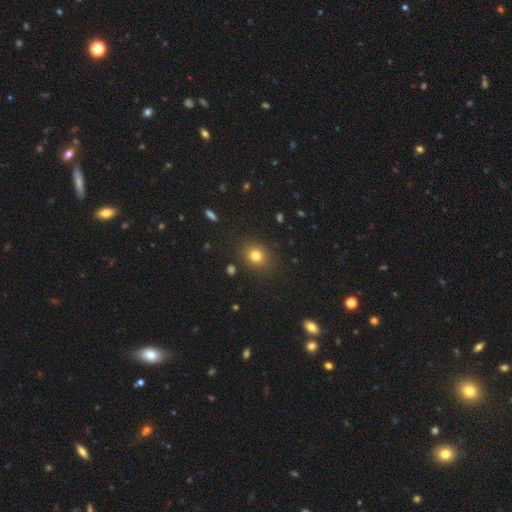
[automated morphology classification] smooth_or_featured: smooth (p=0.79) [alt: star or artifact p=0.14]
how_rounded: round (p=0.67) [alt: in between p=0.32]
merging: none (p=0.86) [alt: minor disturbance p=0.09]